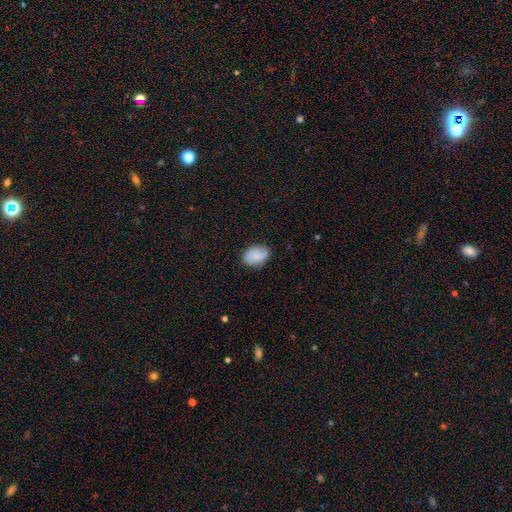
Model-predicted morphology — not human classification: smooth-or-featured: smooth: 75% | featured or disk: 17% | star or artifact: 8%
  how-rounded: in between: 82% | round: 17% | cigar-shaped: 1%
  merging: none: 77% | minor disturbance: 18% | major disturbance: 4% | merger: 1%